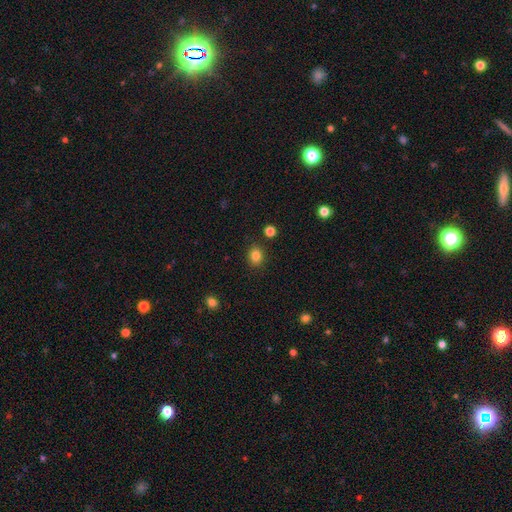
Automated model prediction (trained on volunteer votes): Morphology: type=smooth (83%); roundness=round (62%); merging=none (88%).